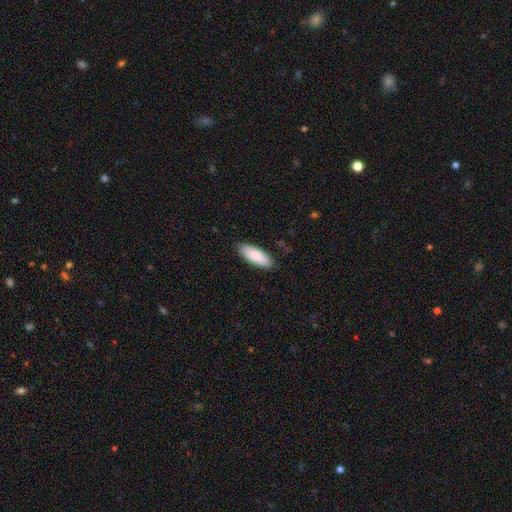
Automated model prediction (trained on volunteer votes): smooth 89%, featured or disk 6%, star or artifact 5%. Down the decision tree: how rounded — in between (71%); merging — none (87%).